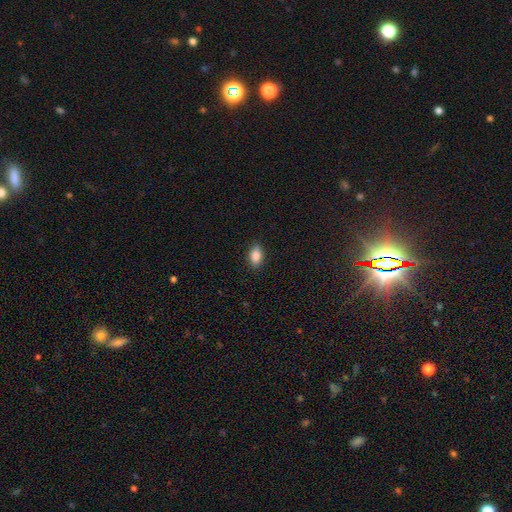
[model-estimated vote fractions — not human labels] Overall: smooth (86%). How rounded: in between (88%). Merging: none (88%).